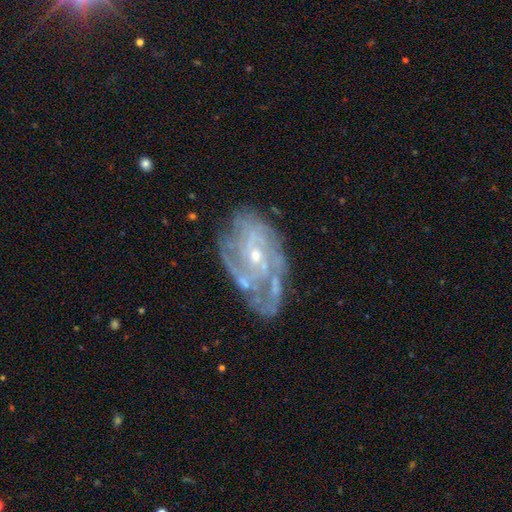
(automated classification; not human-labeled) This is clearly a featured or disk galaxy (85%). It is clearly not viewed edge-on (96%). Bar: likely no (60%). Spiral arm pattern: clearly yes (89%). Spiral arm count: marginally can't tell (38%). Spiral winding: possibly tight (55%). Central bulge: likely small (74%). Merging: possibly none (59%).